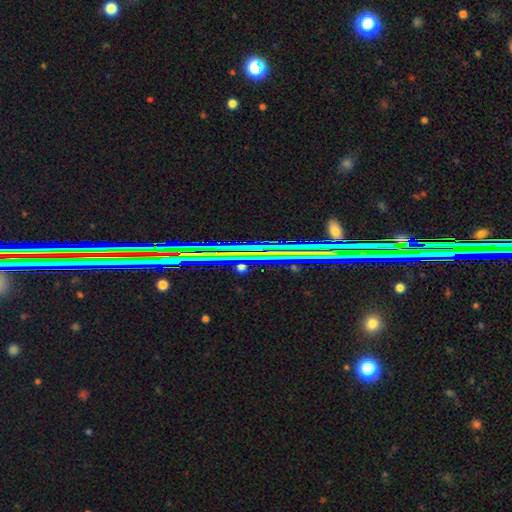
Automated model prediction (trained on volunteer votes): This appears to be a star or artifact, not a galaxy (73%).